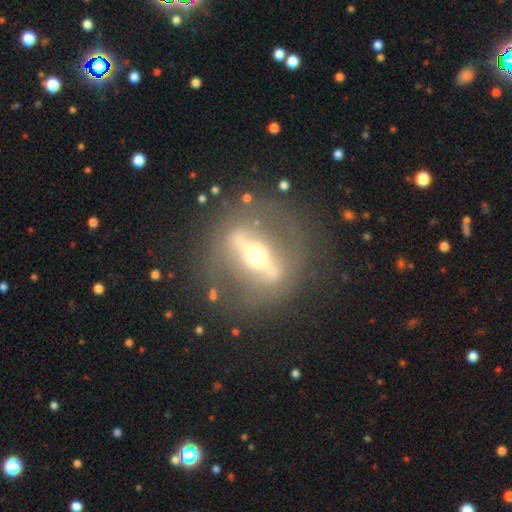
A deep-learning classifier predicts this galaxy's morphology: smooth_or_featured: featured or disk (p=0.82) [alt: smooth p=0.11]
disk_edge_on: yes (p=0.50) [tied with: no p=0.50]
merging: none (p=0.77) [alt: minor disturbance p=0.11]